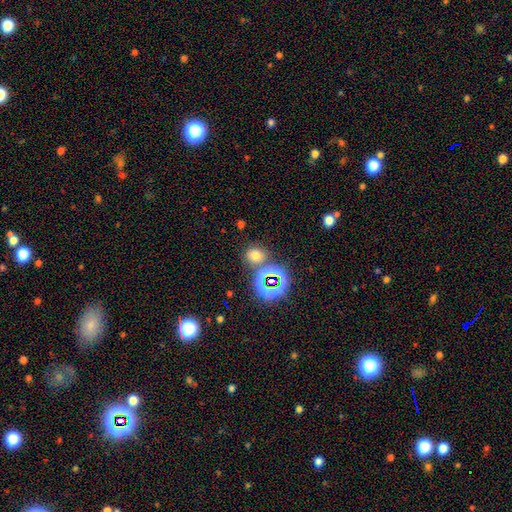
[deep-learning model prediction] Smooth or featured? smooth (61%)
How rounded? round (74%)
Merging? none (71%)